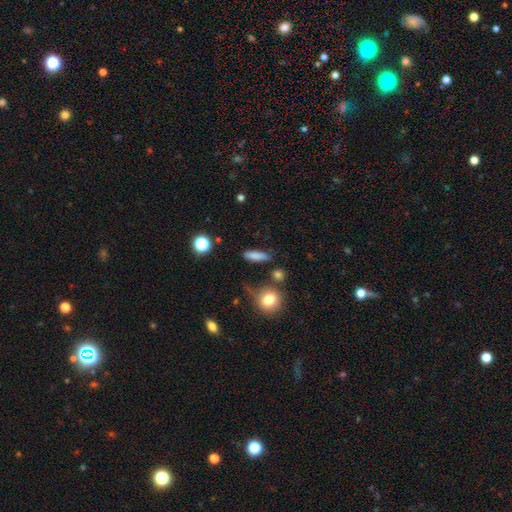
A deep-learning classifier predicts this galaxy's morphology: Overall: smooth (81%). How rounded: cigar-shaped (51%; in between 42%). Merging: none (73%).